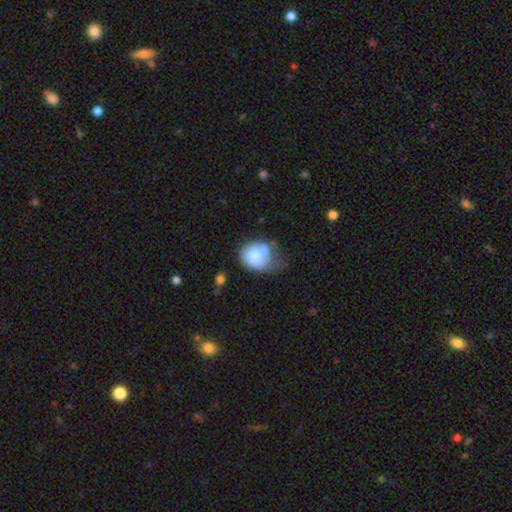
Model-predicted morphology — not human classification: type=smooth (75%); roundness=round (57%); merging=minor disturbance (38%).